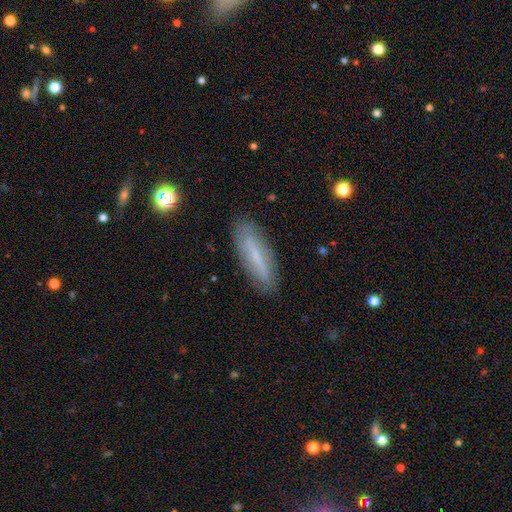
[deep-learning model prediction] Smooth or featured: smooth — 53% (featured or disk — 38%)
How rounded: cigar-shaped — 66% (in between — 32%)
Merging: none — 84% (minor disturbance — 12%)